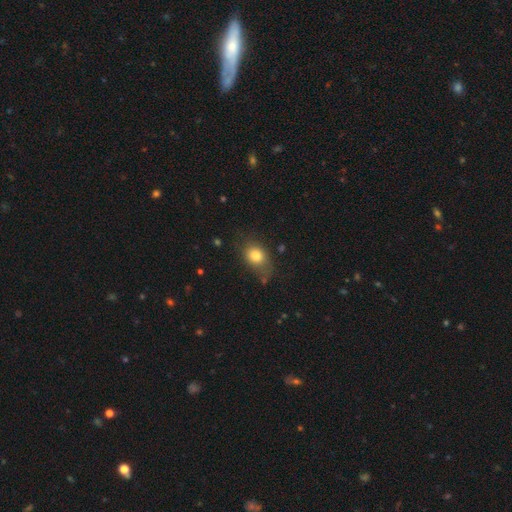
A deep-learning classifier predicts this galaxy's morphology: Smooth or featured: smooth — 80% (star or artifact — 10%)
How rounded: in between — 58% (round — 41%)
Merging: none — 62% (minor disturbance — 25%)